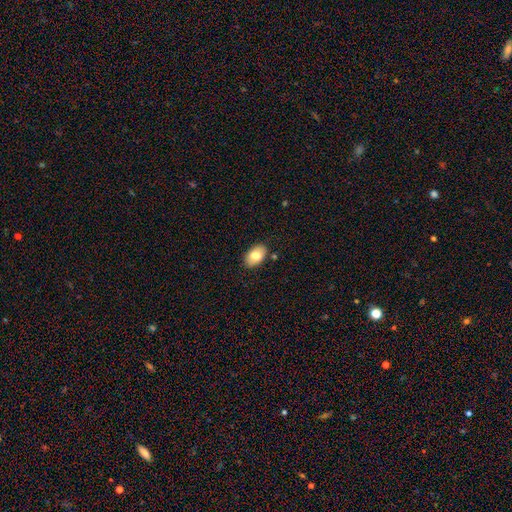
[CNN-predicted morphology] Smooth or featured?
  - smooth: 76% *
  - featured or disk: 17%
  - star or artifact: 7%
How rounded?
  - in between: 90% *
  - round: 9%
  - cigar-shaped: 1%
Merging?
  - none: 86% *
  - minor disturbance: 10%
  - major disturbance: 2%
  - merger: 2%